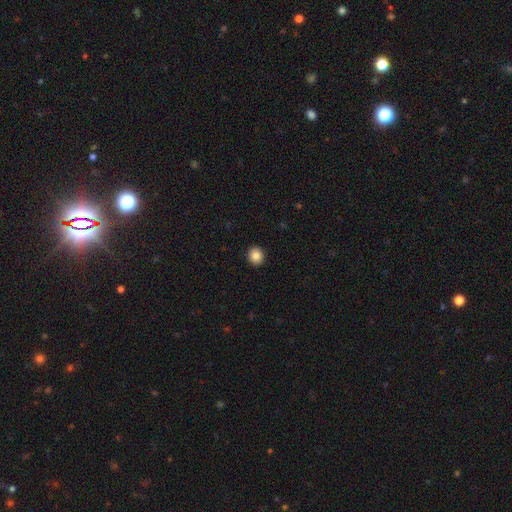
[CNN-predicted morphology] Smooth or featured: smooth — 85% (star or artifact — 9%)
How rounded: round — 82% (in between — 17%)
Merging: none — 93% (minor disturbance — 5%)